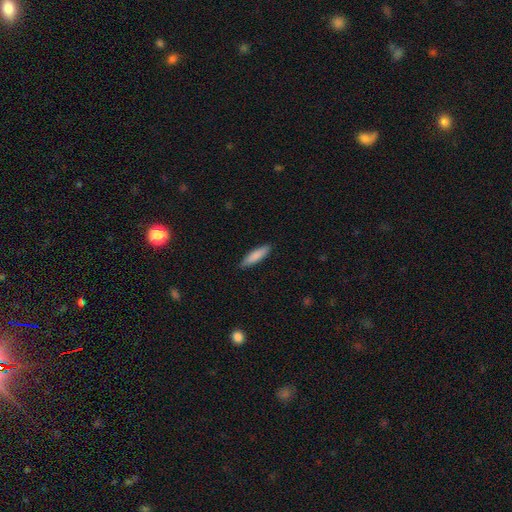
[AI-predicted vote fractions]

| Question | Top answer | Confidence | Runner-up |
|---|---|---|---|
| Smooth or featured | smooth | 85% | featured or disk (10%) |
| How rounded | cigar-shaped | 74% | in between (25%) |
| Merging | none | 89% | minor disturbance (9%) |